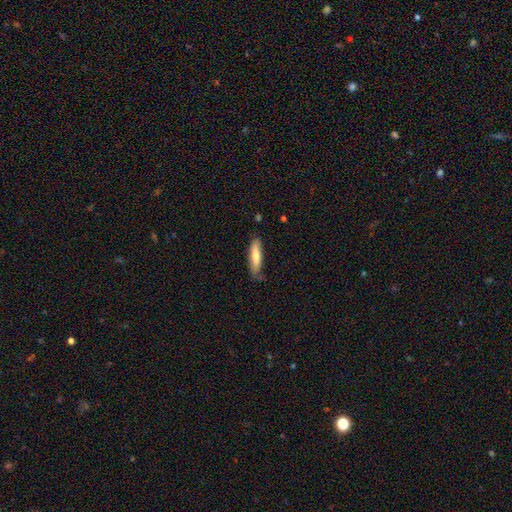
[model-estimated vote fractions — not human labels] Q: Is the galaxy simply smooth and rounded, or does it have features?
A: smooth — 69%.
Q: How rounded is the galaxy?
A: cigar-shaped — 75%.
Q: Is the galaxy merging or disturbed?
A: none — 70%.